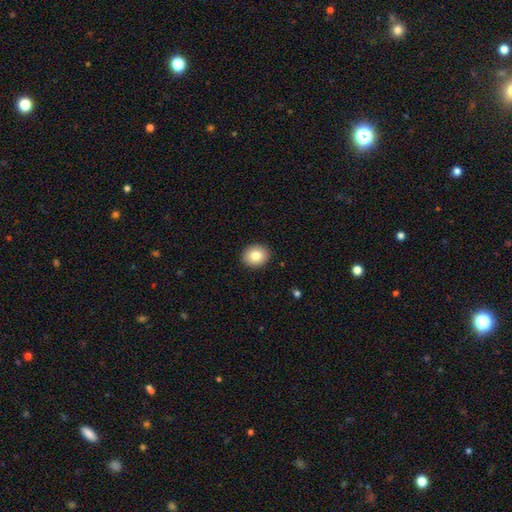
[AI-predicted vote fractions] Smooth or featured? smooth (82%)
How rounded? round (64%)
Merging? none (91%)